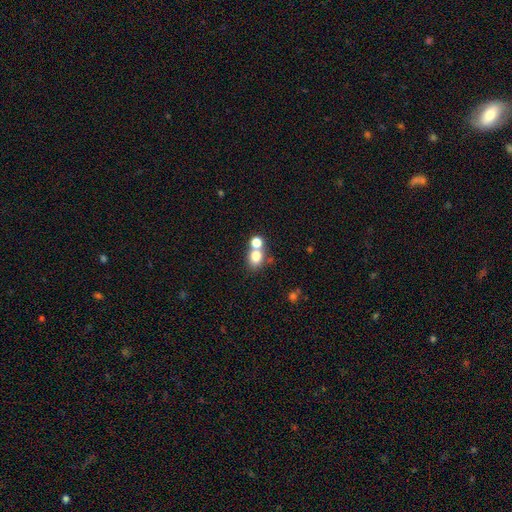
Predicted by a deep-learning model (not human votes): Q: Smooth or featured?
A: smooth (76%); runner-up: star or artifact (14%)
Q: How rounded?
A: round (59%); runner-up: in between (40%)
Q: Merging?
A: none (48%); runner-up: merger (40%)